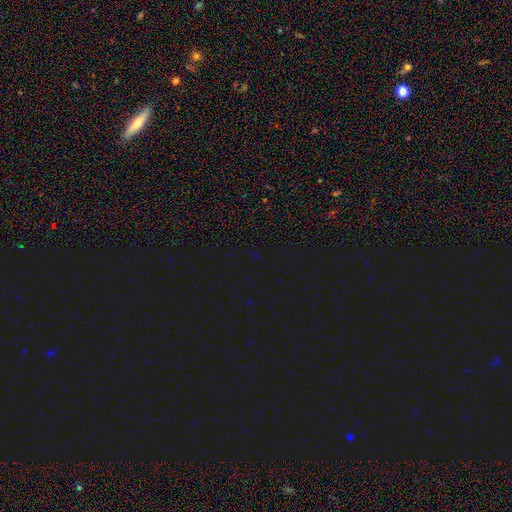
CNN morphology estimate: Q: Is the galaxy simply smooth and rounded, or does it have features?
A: star or artifact — 76%.